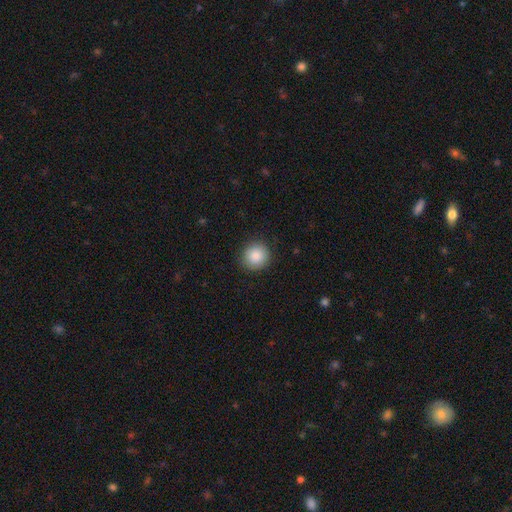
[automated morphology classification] Smooth or featured: smooth — 87% (star or artifact — 8%)
How rounded: round — 92% (in between — 7%)
Merging: none — 90% (minor disturbance — 7%)